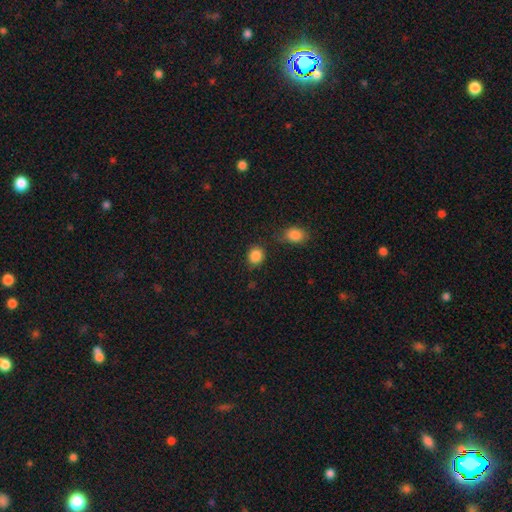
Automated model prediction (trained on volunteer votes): A smooth galaxy with no disk features (87%) that is round (75%).

Vote fractions:
- Smooth or featured? smooth: 87% / star or artifact: 10% / featured or disk: 4%
- How rounded? round: 75% / in between: 23% / cigar-shaped: 1%
- Merging? none: 78% / minor disturbance: 12% / merger: 5% / major disturbance: 4%